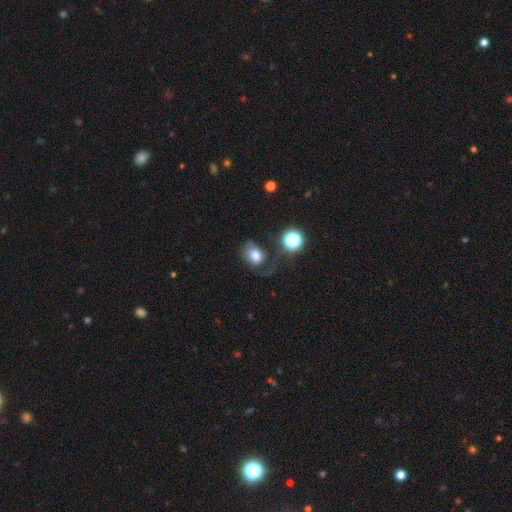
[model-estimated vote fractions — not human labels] Q: Smooth or featured?
A: smooth (72%); runner-up: featured or disk (16%)
Q: How rounded?
A: in between (56%); runner-up: round (43%)
Q: Merging?
A: none (38%); runner-up: major disturbance (30%)